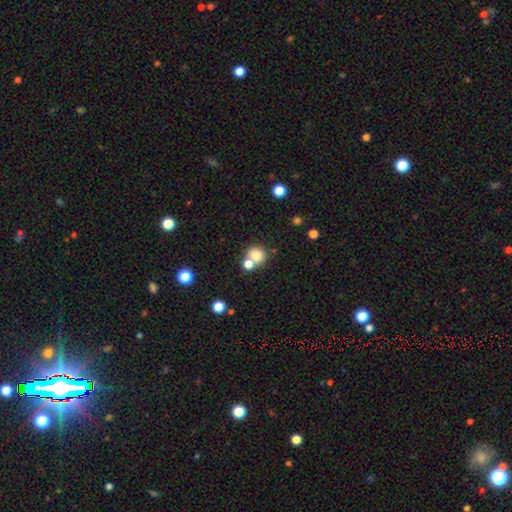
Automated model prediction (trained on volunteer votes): smooth_or_featured: smooth (p=0.80) [alt: star or artifact p=0.11]
how_rounded: round (p=0.77) [alt: in between p=0.22]
merging: none (p=0.49) [alt: merger p=0.38]